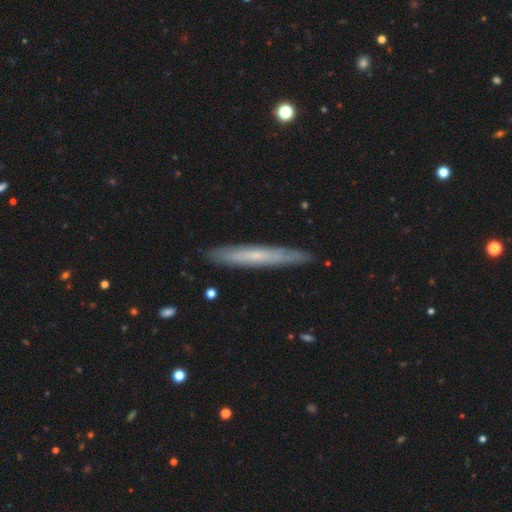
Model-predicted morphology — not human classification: Overall: featured or disk (49%; smooth 45%). Merging: none (89%).